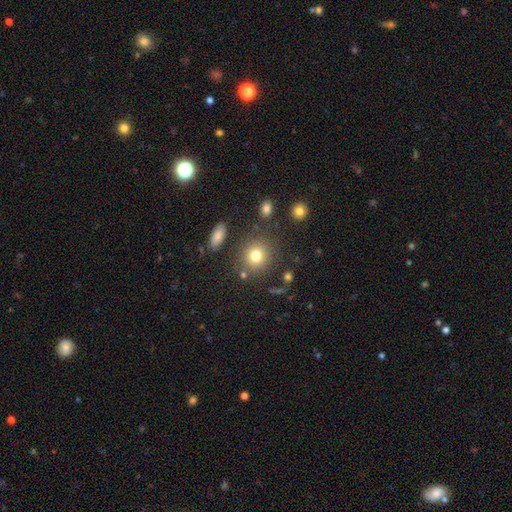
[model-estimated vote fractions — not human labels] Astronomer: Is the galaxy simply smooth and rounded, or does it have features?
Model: smooth — 77%.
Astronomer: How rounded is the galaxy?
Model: round — 85%.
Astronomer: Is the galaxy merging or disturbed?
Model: none — 80%.